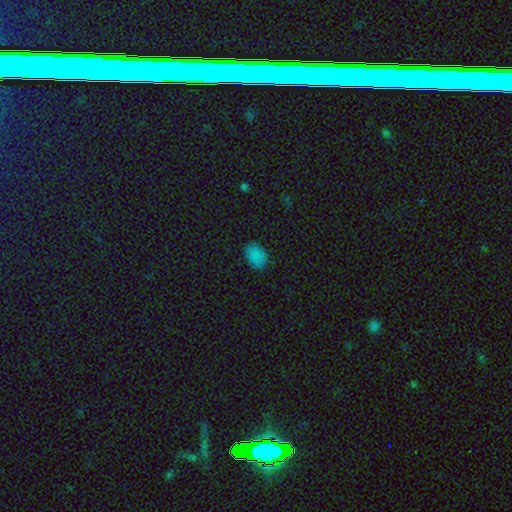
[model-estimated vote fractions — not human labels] The model was most divided on "how rounded": in between: 79%, round: 19%, cigar-shaped: 1%. More confident: merging — none (84%); smooth or featured — smooth (83%).